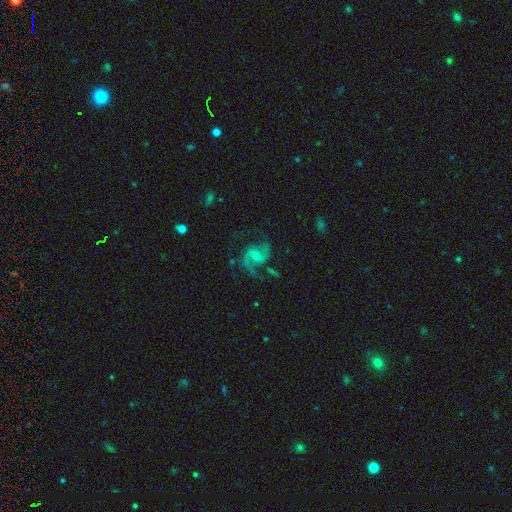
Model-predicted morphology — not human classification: Overall: featured or disk (88%). Edge-on disk: no (98%). Bar: weak (47%; no 43%). Spiral arms: yes (97%). Spiral arm count: 2 (90%). Spiral winding: medium (59%; loose 28%). Bulge size: small (46%; moderate 36%). Merging: none (65%).